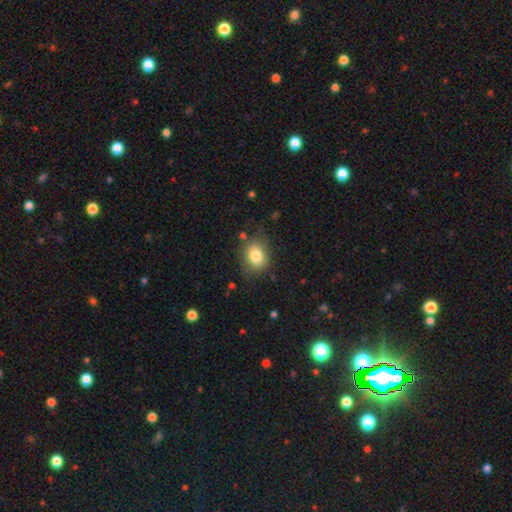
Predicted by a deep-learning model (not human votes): Overall: smooth (81%). How rounded: in between (54%; round 45%). Merging: none (73%).